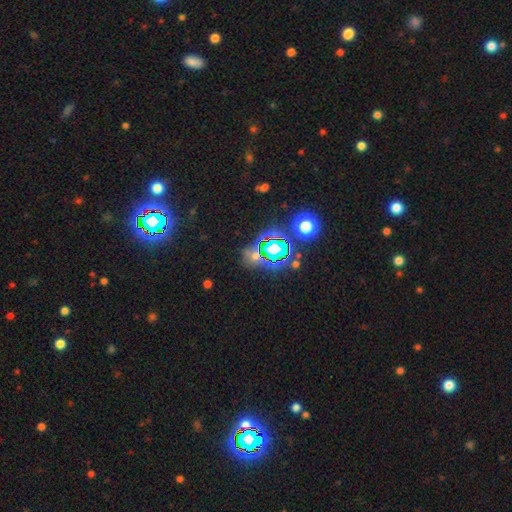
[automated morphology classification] Q: Smooth or featured?
A: star or artifact (62%); runner-up: smooth (27%)